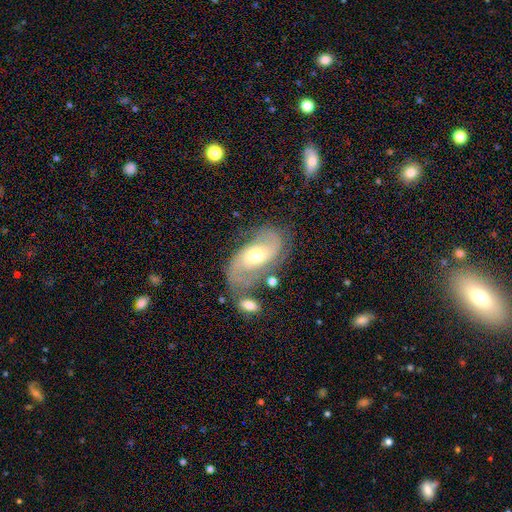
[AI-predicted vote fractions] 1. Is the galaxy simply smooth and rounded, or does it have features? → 79% featured or disk, 14% smooth, 6% star or artifact.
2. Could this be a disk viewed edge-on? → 96% no, 4% yes.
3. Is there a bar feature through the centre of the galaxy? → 56% no, 35% weak, 10% strong.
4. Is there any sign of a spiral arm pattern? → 93% yes, 7% no.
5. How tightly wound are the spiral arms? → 45% medium, 28% loose, 27% tight.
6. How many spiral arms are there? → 81% 2, 10% can't tell, 4% 1, 3% 3, 1% 4, 1% more than 4.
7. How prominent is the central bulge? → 64% moderate, 27% small, 7% large, 1% dominant, 1% none.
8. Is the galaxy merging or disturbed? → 53% none, 20% minor disturbance, 15% merger, 13% major disturbance.